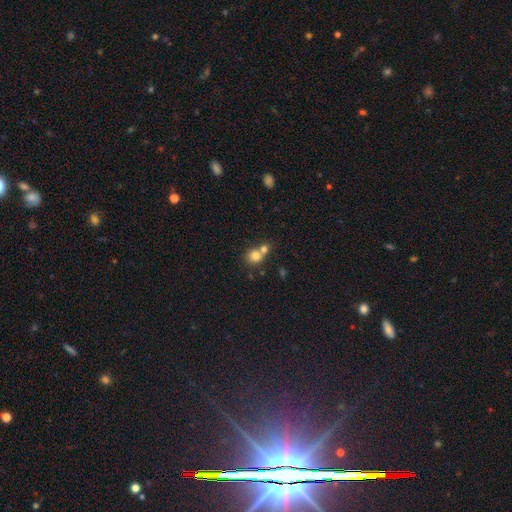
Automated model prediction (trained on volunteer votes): This is likely a smooth galaxy (77%). How rounded: clearly round (82%). Merging: possibly merger (52%).